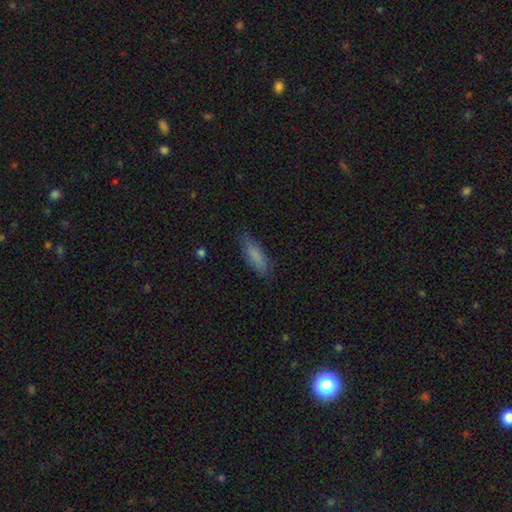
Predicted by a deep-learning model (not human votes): This appears to be a smooth galaxy with no disk features (82%) that is cigar-shaped (56%). Merging: none (82%).